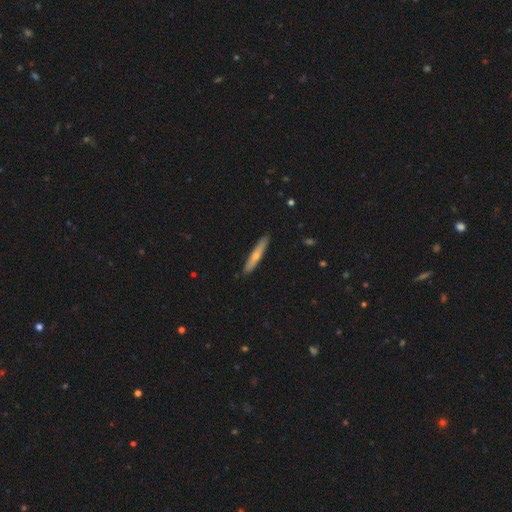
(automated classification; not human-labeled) smooth-or-featured: smooth: 54% | featured or disk: 40% | star or artifact: 5%
  how-rounded: cigar-shaped: 92% | in between: 6% | round: 2%
  merging: none: 89% | minor disturbance: 9% | major disturbance: 1% | merger: 1%